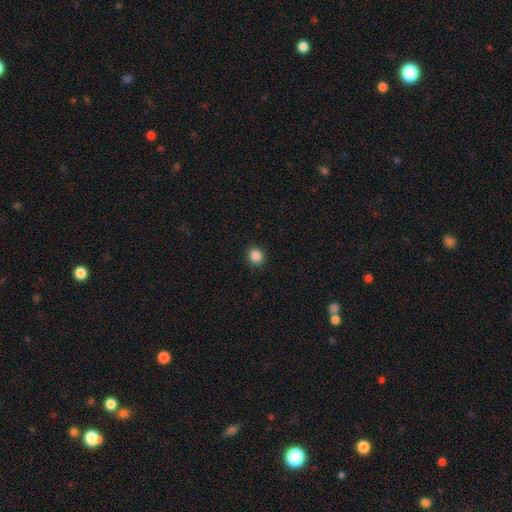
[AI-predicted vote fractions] Overall: smooth (87%). How rounded: round (87%). Merging: none (92%).